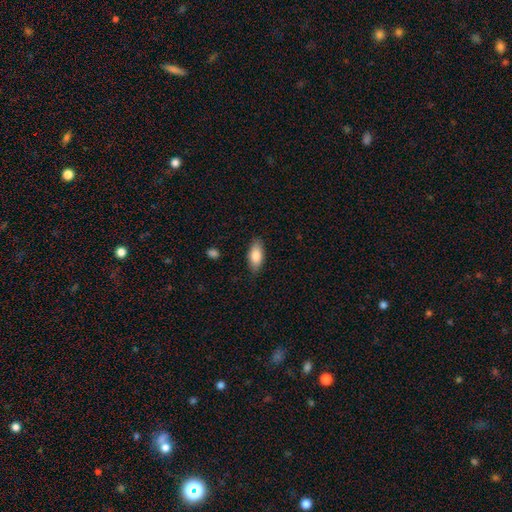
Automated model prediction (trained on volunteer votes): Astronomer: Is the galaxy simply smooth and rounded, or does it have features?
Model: smooth — 81%.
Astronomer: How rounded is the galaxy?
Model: in between — 83%.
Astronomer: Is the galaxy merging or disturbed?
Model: none — 85%.